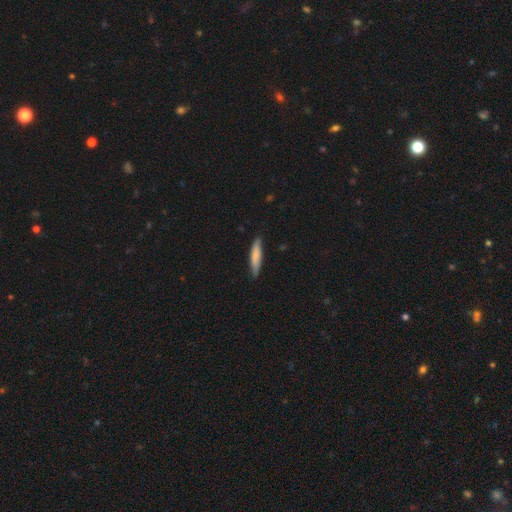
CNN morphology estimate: This is likely a smooth galaxy (74%). How rounded: clearly cigar-shaped (84%). Merging: clearly none (82%).